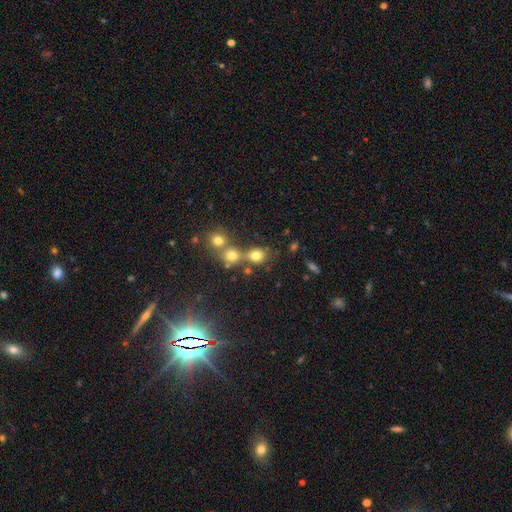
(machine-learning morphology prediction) type=smooth (76%); roundness=round (73%); merging=none (51%).